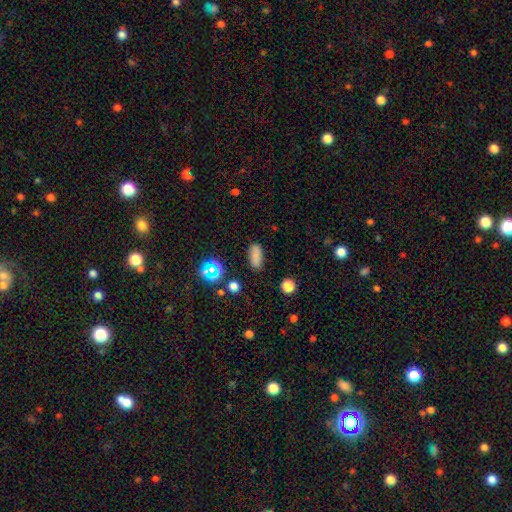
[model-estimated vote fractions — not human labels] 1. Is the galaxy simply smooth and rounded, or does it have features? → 80% smooth, 15% star or artifact, 5% featured or disk.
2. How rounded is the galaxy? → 78% in between, 17% cigar-shaped, 5% round.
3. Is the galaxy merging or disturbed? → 84% none, 11% minor disturbance, 3% major disturbance, 2% merger.